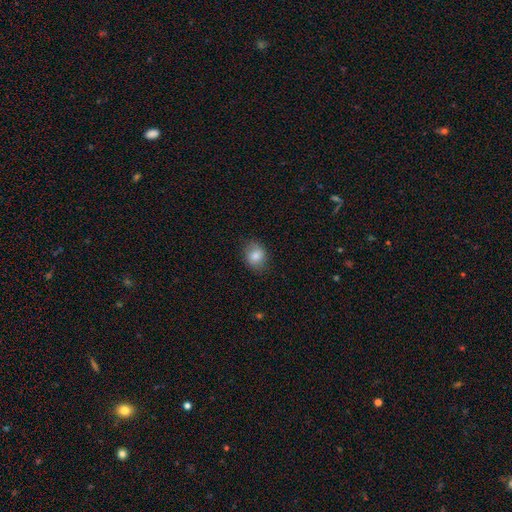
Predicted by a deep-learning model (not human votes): Smooth or featured?
  - smooth: 83% *
  - featured or disk: 9%
  - star or artifact: 9%
How rounded?
  - in between: 50% *
  - round: 49%
  - cigar-shaped: 1%
Merging?
  - none: 81% *
  - minor disturbance: 14%
  - major disturbance: 4%
  - merger: 1%